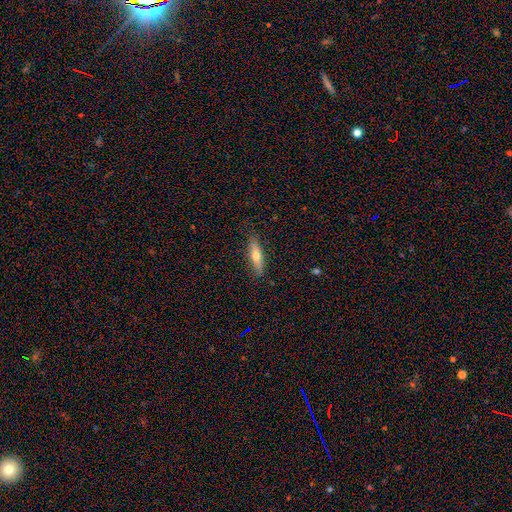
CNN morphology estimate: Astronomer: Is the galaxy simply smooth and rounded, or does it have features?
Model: smooth — 57% (runner-up: featured or disk, 36%).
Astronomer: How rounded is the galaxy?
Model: cigar-shaped — 66%.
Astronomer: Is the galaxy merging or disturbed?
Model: none — 86%.